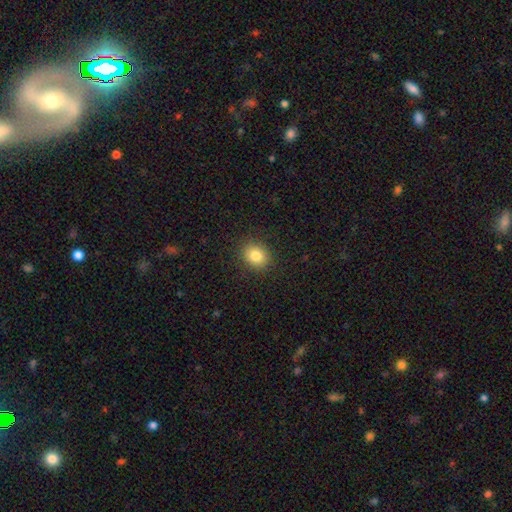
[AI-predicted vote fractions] smooth-or-featured: smooth: 84% | star or artifact: 10% | featured or disk: 6%
  how-rounded: round: 64% | in between: 35% | cigar-shaped: 1%
  merging: none: 89% | minor disturbance: 8% | major disturbance: 3% | merger: 1%